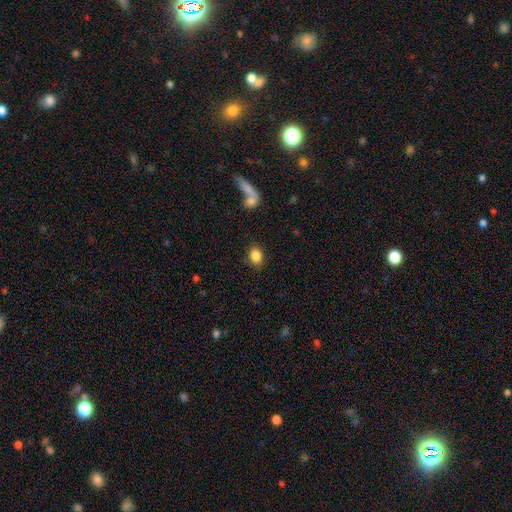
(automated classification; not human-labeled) Smooth or featured? smooth (86%)
How rounded? in between (64%)
Merging? none (84%)